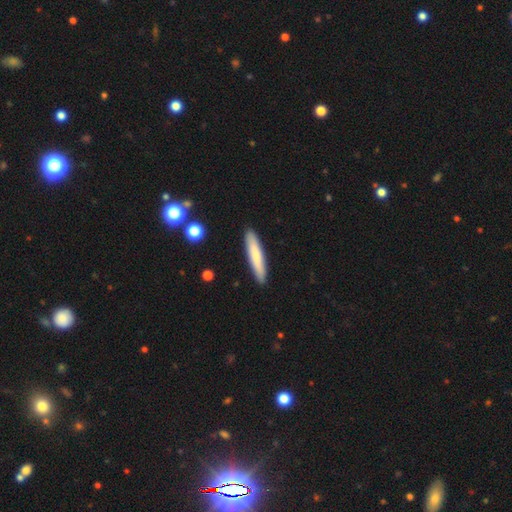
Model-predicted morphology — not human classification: A smooth galaxy with no disk features (75%) that is cigar-shaped (89%).

Vote fractions:
- Smooth or featured? smooth: 75% / featured or disk: 20% / star or artifact: 6%
- How rounded? cigar-shaped: 89% / in between: 9% / round: 1%
- Merging? none: 90% / minor disturbance: 7% / major disturbance: 1% / merger: 1%